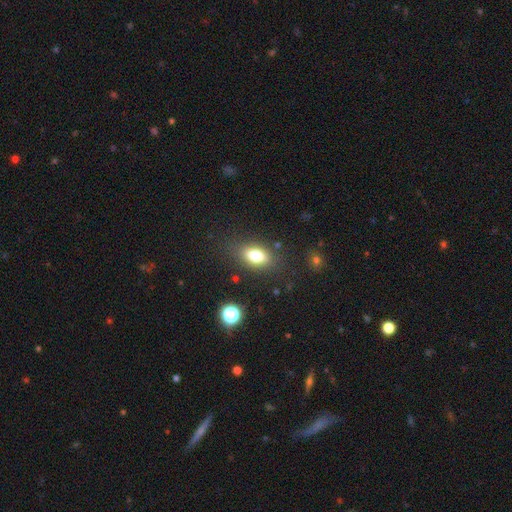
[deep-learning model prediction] Morphology: type=smooth (77%); roundness=in between (84%); merging=none (81%).